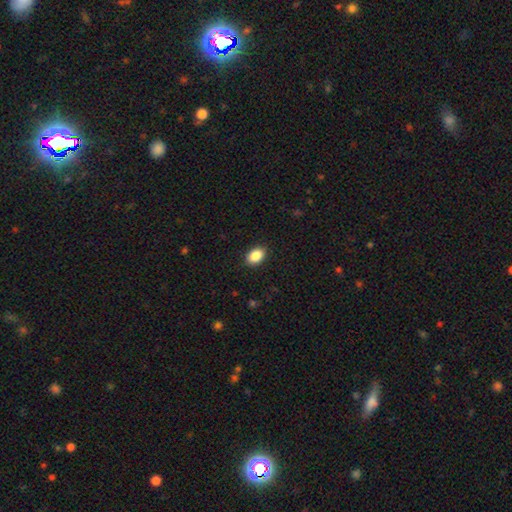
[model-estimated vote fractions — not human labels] smooth-or-featured: smooth: 87% | star or artifact: 8% | featured or disk: 5%
  how-rounded: in between: 85% | round: 14% | cigar-shaped: 1%
  merging: none: 89% | minor disturbance: 8% | major disturbance: 2% | merger: 1%